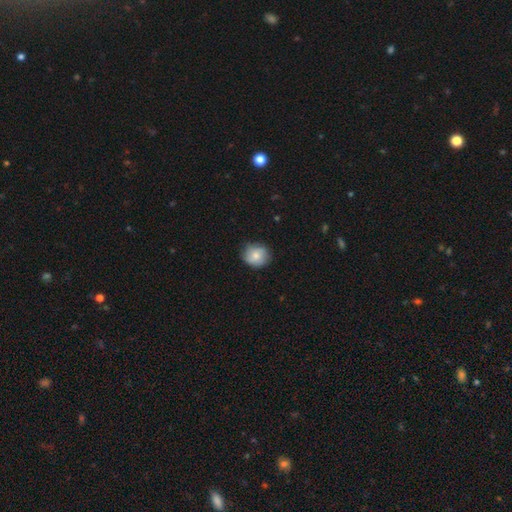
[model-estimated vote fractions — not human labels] Smooth or featured? smooth (75%)
How rounded? round (82%)
Merging? none (79%)